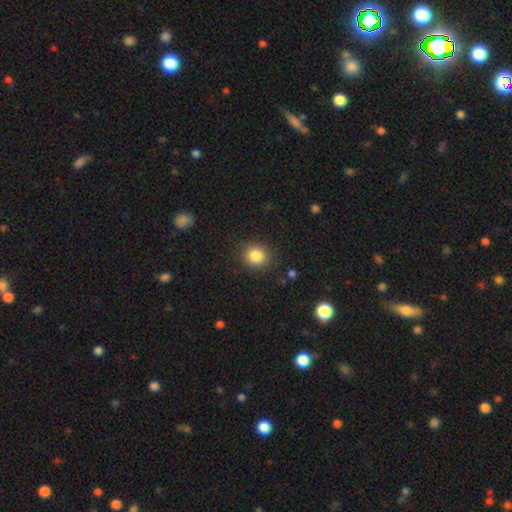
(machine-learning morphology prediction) smooth-or-featured: smooth: 85% | star or artifact: 10% | featured or disk: 5%
  how-rounded: round: 85% | in between: 14% | cigar-shaped: 1%
  merging: none: 88% | minor disturbance: 8% | major disturbance: 3% | merger: 1%